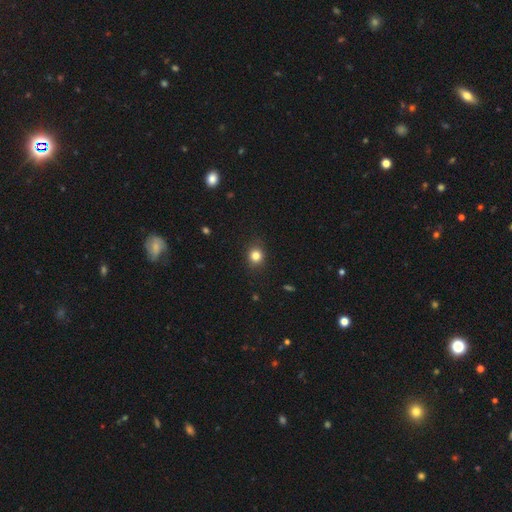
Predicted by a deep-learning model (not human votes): smooth 82%, star or artifact 12%, featured or disk 6%. Down the decision tree: how rounded — round (75%); merging — none (87%).